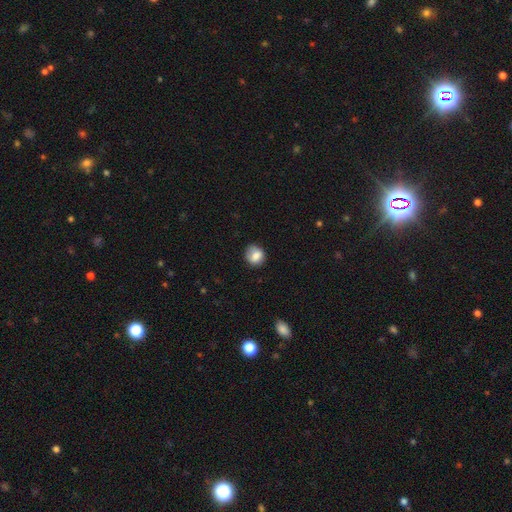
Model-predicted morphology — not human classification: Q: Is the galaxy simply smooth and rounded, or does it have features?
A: smooth — 82%.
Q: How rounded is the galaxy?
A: round — 74%.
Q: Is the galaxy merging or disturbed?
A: none — 75%.